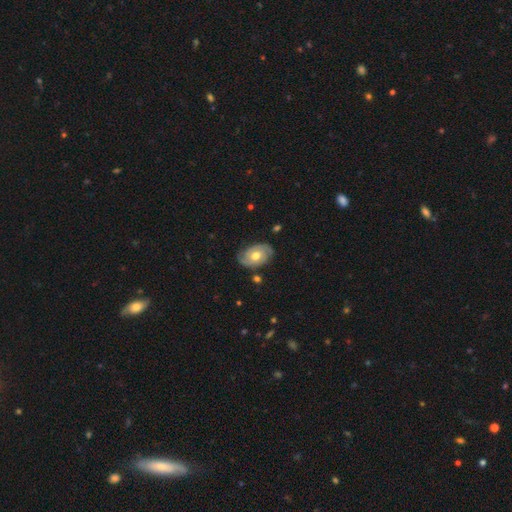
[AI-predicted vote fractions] Smooth or featured: featured or disk — 75% (smooth — 19%)
Edge-on disk: no — 96% (yes — 4%)
Bar: no — 69% (weak — 26%)
Spiral arms: yes — 88% (no — 12%)
Spiral winding: tight — 59% (medium — 32%)
Spiral arm count: 2 — 70% (can't tell — 14%)
Bulge size: moderate — 80% (small — 10%)
Merging: none — 81% (minor disturbance — 14%)